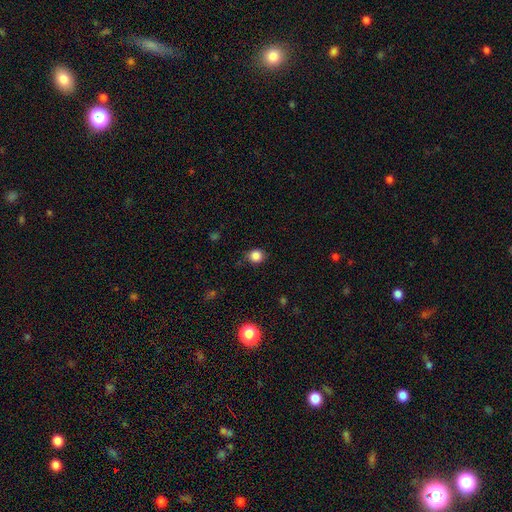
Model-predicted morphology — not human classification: This is clearly a smooth galaxy (85%). How rounded: clearly round (84%). Merging: clearly none (81%).